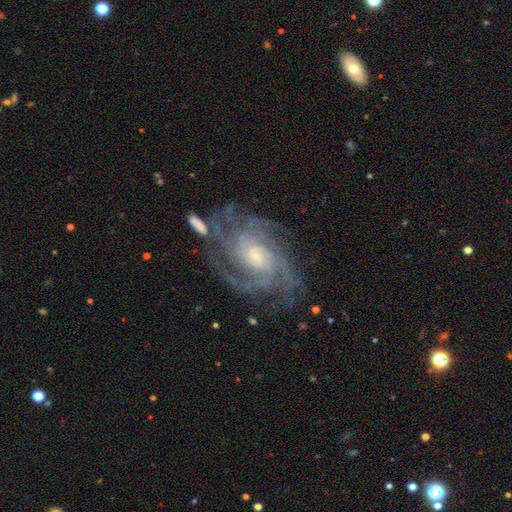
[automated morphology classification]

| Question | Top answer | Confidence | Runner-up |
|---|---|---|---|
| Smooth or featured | featured or disk | 89% | star or artifact (6%) |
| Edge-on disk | no | 97% | yes (3%) |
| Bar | no | 66% | weak (27%) |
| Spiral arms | yes | 97% | no (3%) |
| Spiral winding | tight | 61% | medium (33%) |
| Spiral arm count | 4 | 29% | can't tell (21%) |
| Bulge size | small | 62% | moderate (29%) |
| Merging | none | 69% | minor disturbance (17%) |